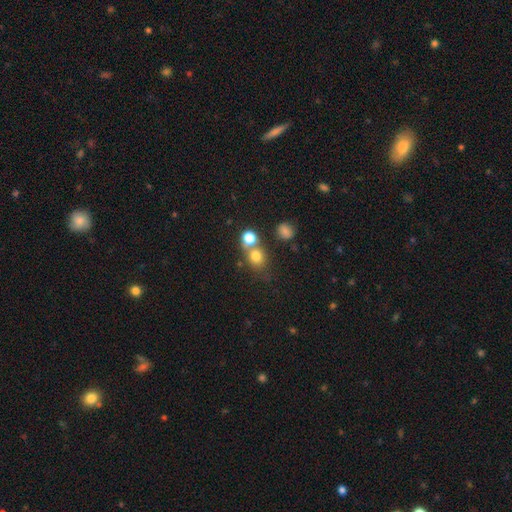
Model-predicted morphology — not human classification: This is likely a smooth galaxy (75%). How rounded: likely round (76%). Merging: possibly none (51%).